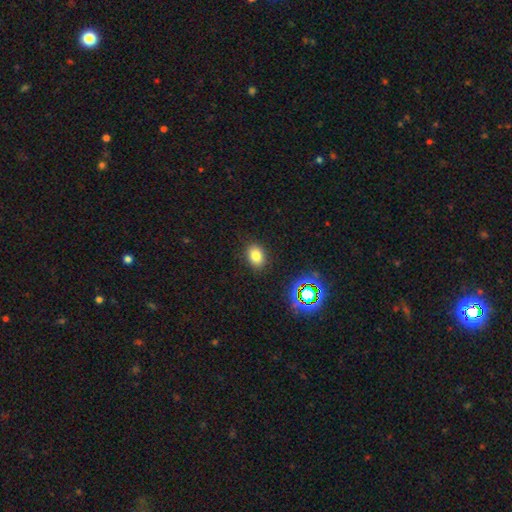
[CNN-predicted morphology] A smooth galaxy with no disk features (78%) that is in between round and cigar-shaped (70%). Merging: none (87%).